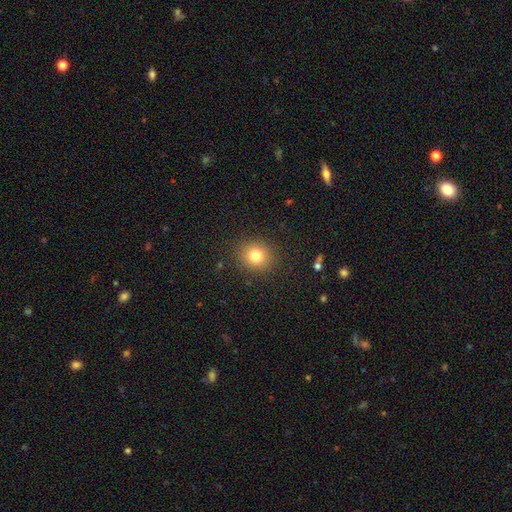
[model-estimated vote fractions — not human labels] Q: Smooth or featured?
A: smooth (80%); runner-up: star or artifact (12%)
Q: How rounded?
A: round (83%); runner-up: in between (16%)
Q: Merging?
A: none (88%); runner-up: minor disturbance (8%)